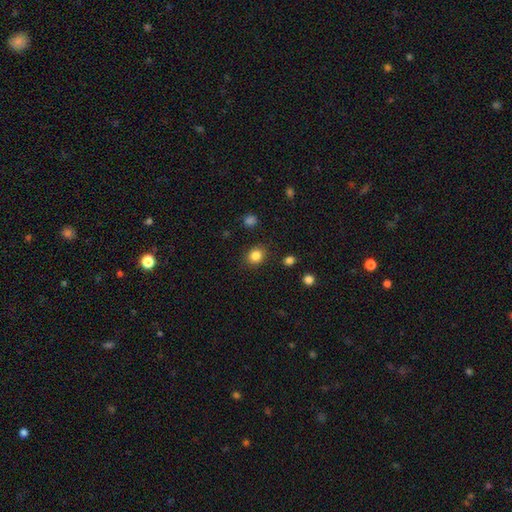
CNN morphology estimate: This is clearly a smooth galaxy (84%). How rounded: likely round (65%). Merging: clearly none (87%).